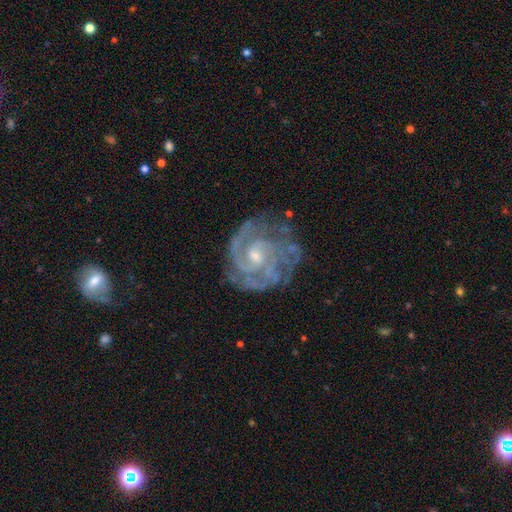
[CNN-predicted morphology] Q: Smooth or featured?
A: featured or disk (89%); runner-up: star or artifact (6%)
Q: Edge-on disk?
A: no (98%); runner-up: yes (2%)
Q: Bar?
A: no (56%); runner-up: weak (38%)
Q: Spiral arms?
A: yes (96%); runner-up: no (4%)
Q: Spiral winding?
A: tight (59%); runner-up: medium (35%)
Q: Spiral arm count?
A: 2 (31%); runner-up: can't tell (25%)
Q: Bulge size?
A: small (61%); runner-up: moderate (34%)
Q: Merging?
A: none (64%); runner-up: minor disturbance (21%)